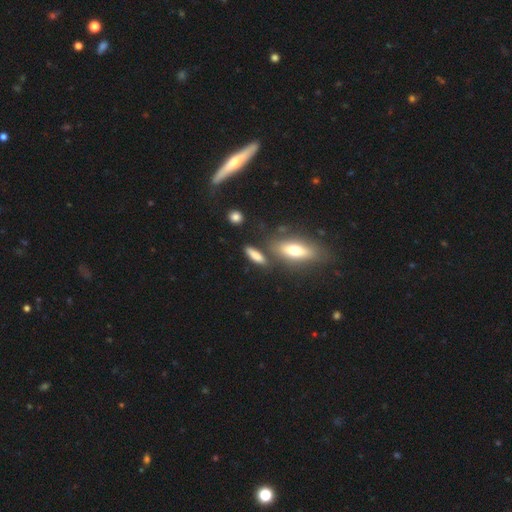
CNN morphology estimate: Smooth or featured? smooth (75%)
How rounded? cigar-shaped (53%)
Merging? none (70%)